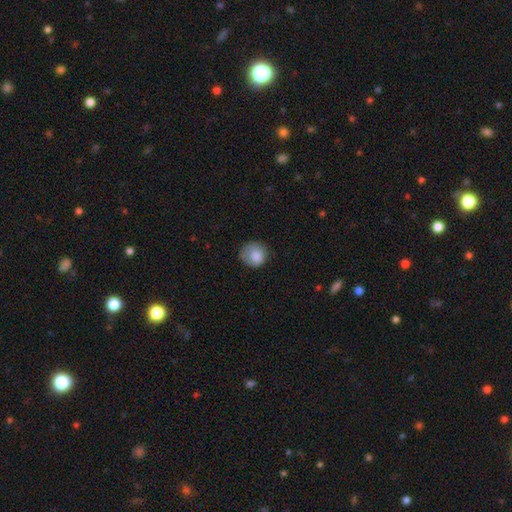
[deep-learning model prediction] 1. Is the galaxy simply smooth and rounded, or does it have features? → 83% smooth, 10% featured or disk, 8% star or artifact.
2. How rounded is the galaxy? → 86% round, 13% in between, 1% cigar-shaped.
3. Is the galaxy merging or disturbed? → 67% none, 23% minor disturbance, 8% major disturbance, 1% merger.